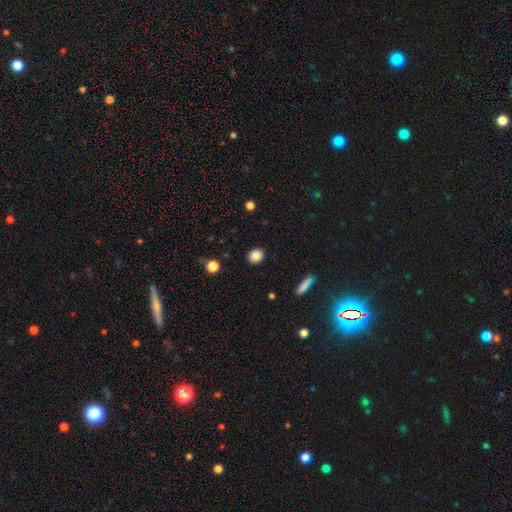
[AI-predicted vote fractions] Smooth or featured? Predicted: smooth (p=0.86). How rounded? Predicted: round (p=0.76). Merging? Predicted: none (p=0.91).